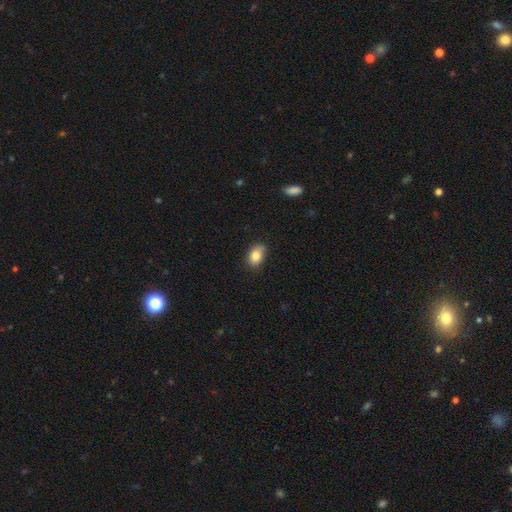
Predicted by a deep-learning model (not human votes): This appears to be a smooth galaxy with no disk features (84%) that is in between round and cigar-shaped (80%). Merging: none (74%).